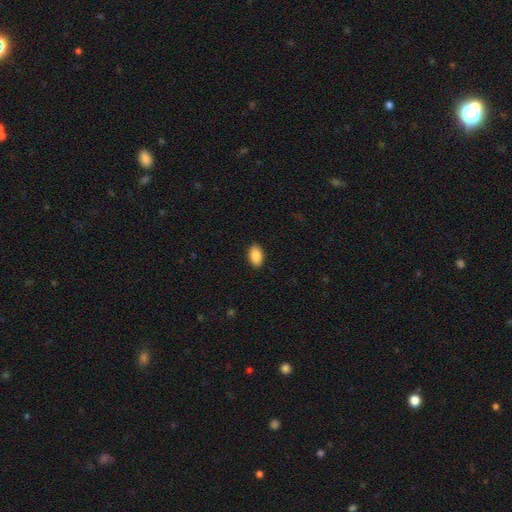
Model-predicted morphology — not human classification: The model was most divided on "smooth or featured": smooth: 87%, star or artifact: 7%, featured or disk: 6%. More confident: how rounded — in between (93%); merging — none (90%).